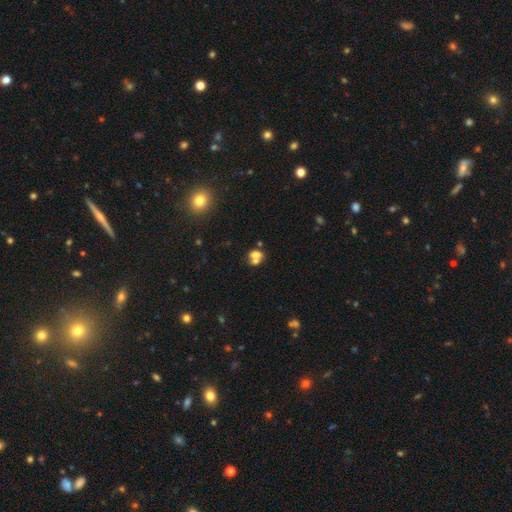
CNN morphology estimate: This is likely a smooth galaxy (65%). How rounded: possibly round (52%). Merging: possibly merger (55%).